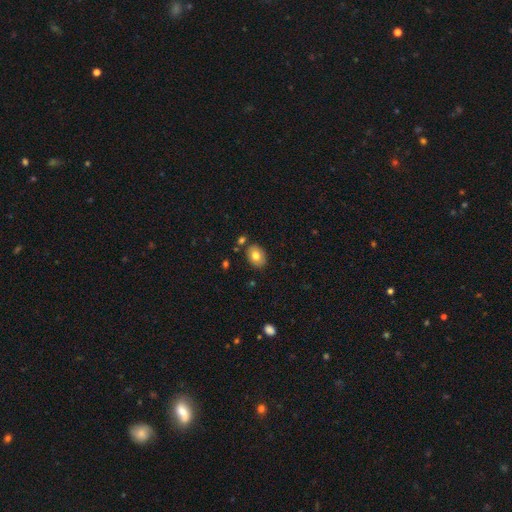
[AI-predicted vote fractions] Overall: smooth (76%). How rounded: in between (63%; round 36%). Merging: none (80%).